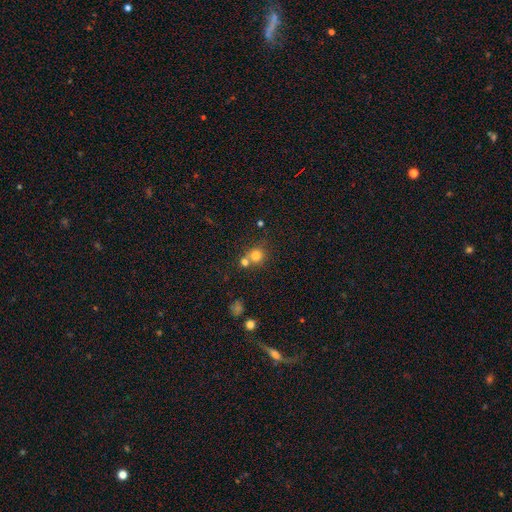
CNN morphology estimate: Q: Smooth or featured?
A: smooth (76%); runner-up: star or artifact (14%)
Q: How rounded?
A: round (87%); runner-up: in between (12%)
Q: Merging?
A: none (52%); runner-up: merger (37%)